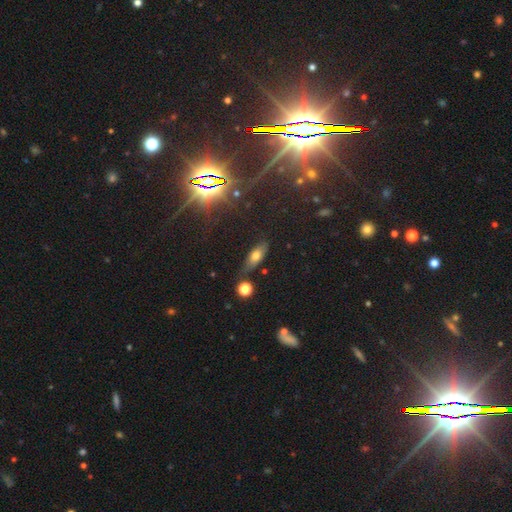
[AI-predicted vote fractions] Q: Smooth or featured?
A: smooth (65%); runner-up: featured or disk (22%)
Q: How rounded?
A: in between (67%); runner-up: cigar-shaped (27%)
Q: Merging?
A: none (72%); runner-up: minor disturbance (18%)